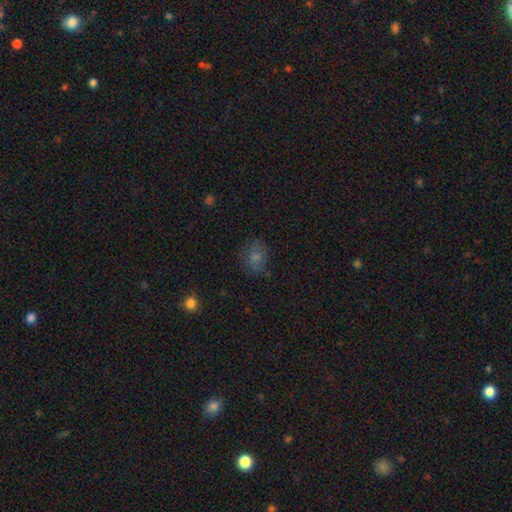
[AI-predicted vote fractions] This appears to be a smooth galaxy with no disk features (64%) that is round (58%). Merging: none (74%).